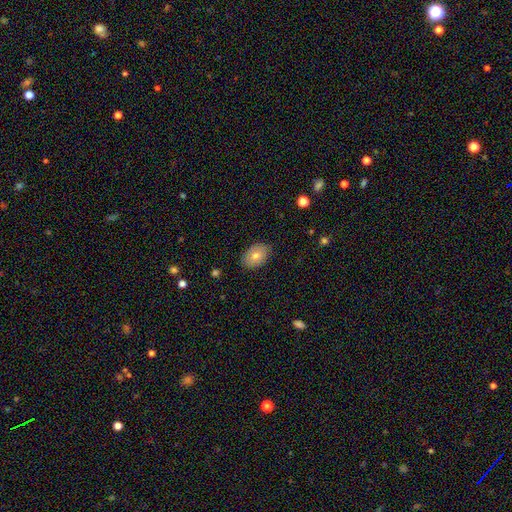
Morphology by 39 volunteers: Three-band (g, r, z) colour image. It shows a smooth galaxy with no disk features (74%) that is in between round and cigar-shaped (86%). Merging: none (70%).